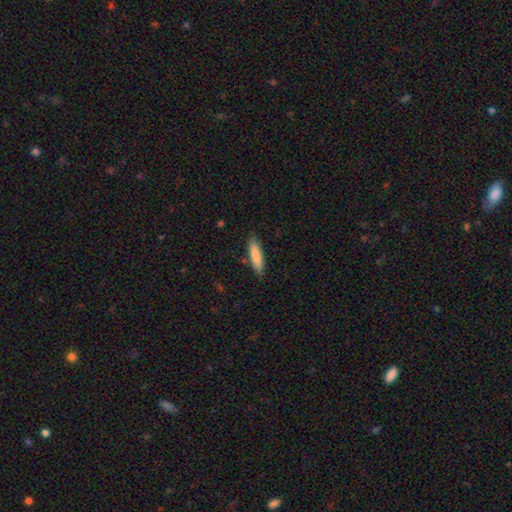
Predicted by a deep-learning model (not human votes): A smooth galaxy with no disk features (81%) that is cigar-shaped (73%). Merging: none (82%).